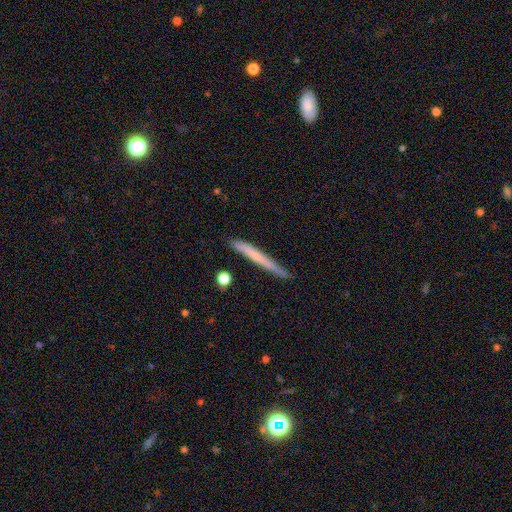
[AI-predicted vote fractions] Smooth or featured?
  - smooth: 59% *
  - featured or disk: 34%
  - star or artifact: 6%
How rounded?
  - cigar-shaped: 97% *
  - in between: 2%
  - round: 1%
Merging?
  - none: 80% *
  - minor disturbance: 15%
  - major disturbance: 2%
  - merger: 2%